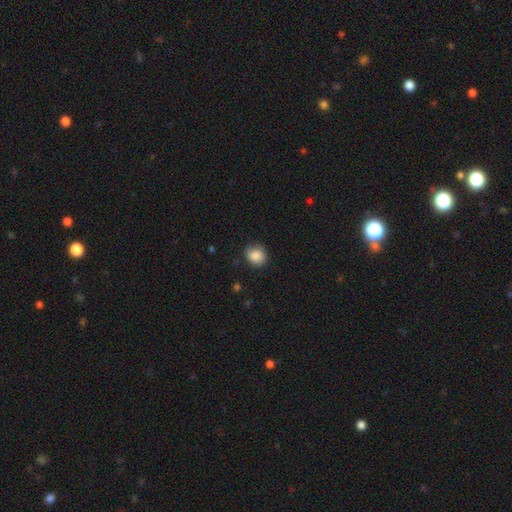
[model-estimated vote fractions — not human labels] smooth_or_featured: smooth (p=0.87) [alt: star or artifact p=0.08]
how_rounded: round (p=0.78) [alt: in between p=0.21]
merging: none (p=0.80) [alt: minor disturbance p=0.16]